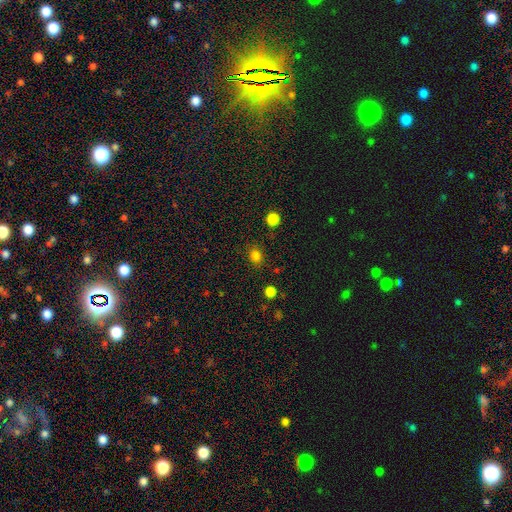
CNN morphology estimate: smooth 81%, star or artifact 15%, featured or disk 4%. Down the decision tree: how rounded — round (67%); merging — none (85%).